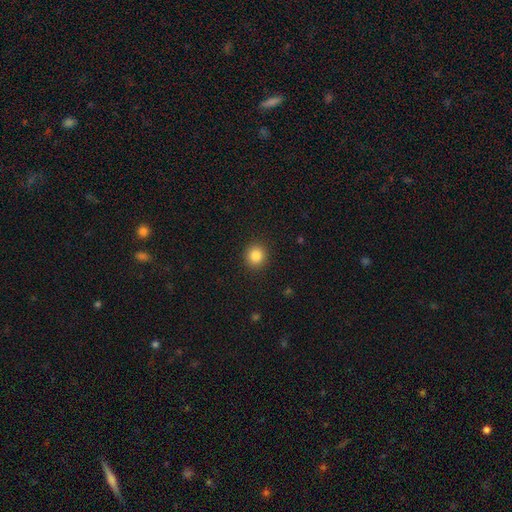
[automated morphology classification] Smooth or featured? Predicted: smooth (p=0.84). How rounded? Predicted: round (p=0.91). Merging? Predicted: none (p=0.92).